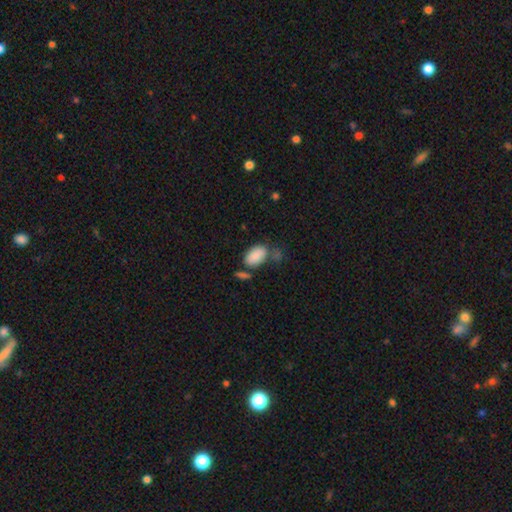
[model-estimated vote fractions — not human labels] The model was most divided on "merging": none: 55%, minor disturbance: 20%, merger: 18%, major disturbance: 7%. More confident: how rounded — in between (94%); smooth or featured — smooth (86%).